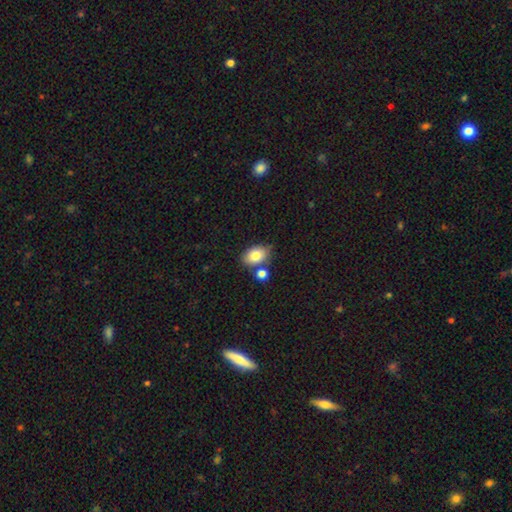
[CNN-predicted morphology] A smooth galaxy with no disk features (80%) that is in between round and cigar-shaped (78%).

Vote fractions:
- Smooth or featured? smooth: 80% / featured or disk: 12% / star or artifact: 9%
- How rounded? in between: 78% / round: 21% / cigar-shaped: 1%
- Merging? none: 60% / merger: 22% / minor disturbance: 14% / major disturbance: 4%